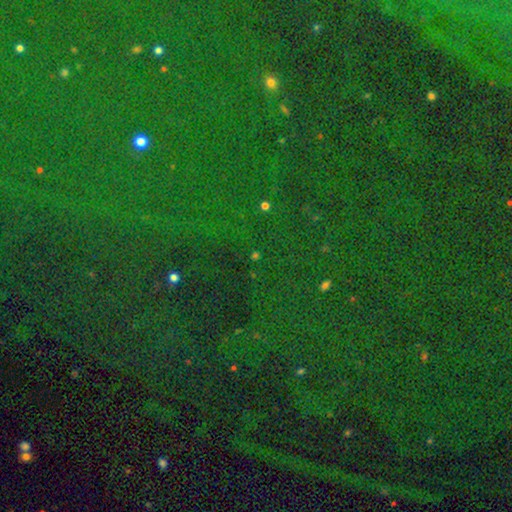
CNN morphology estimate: Q: Smooth or featured?
A: star or artifact (75%); runner-up: smooth (16%)